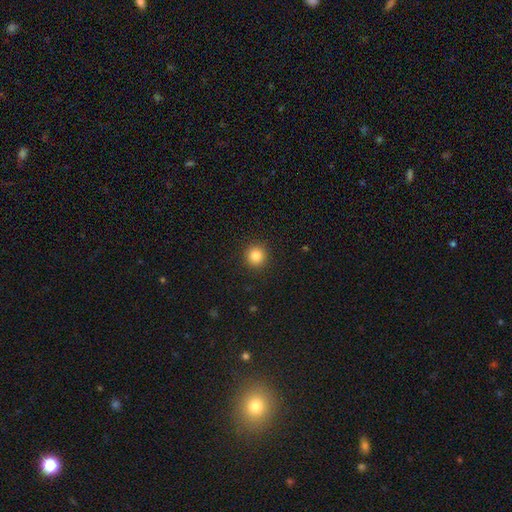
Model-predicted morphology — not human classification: This appears to be a smooth galaxy with no disk features (85%) that is round (94%). Merging: none (92%).